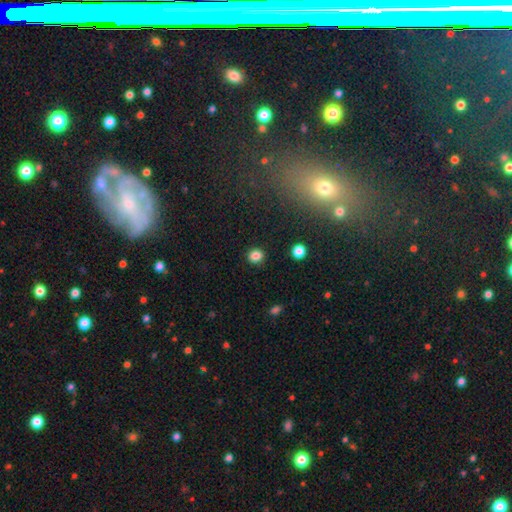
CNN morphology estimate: Smooth or featured? smooth (83%)
How rounded? round (79%)
Merging? none (90%)